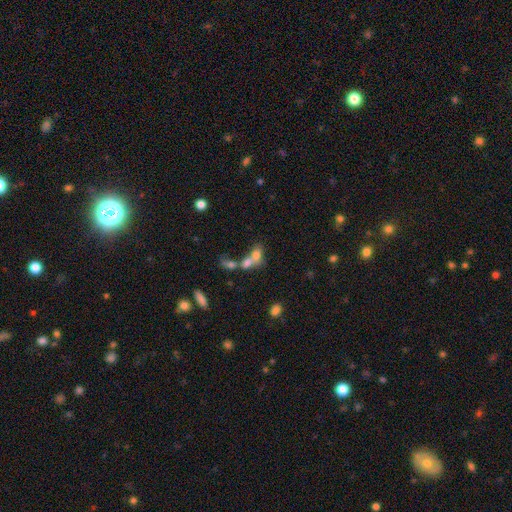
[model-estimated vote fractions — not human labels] Q: Smooth or featured?
A: smooth (64%); runner-up: featured or disk (22%)
Q: How rounded?
A: in between (67%); runner-up: round (27%)
Q: Merging?
A: merger (68%); runner-up: none (19%)